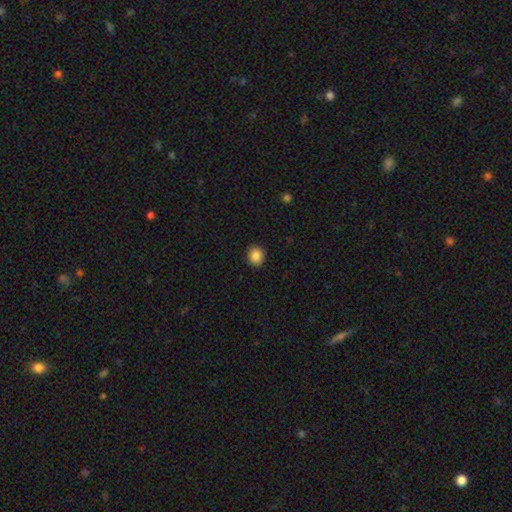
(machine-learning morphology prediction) smooth 86%, star or artifact 9%, featured or disk 4%. Down the decision tree: how rounded — round (73%); merging — none (91%).